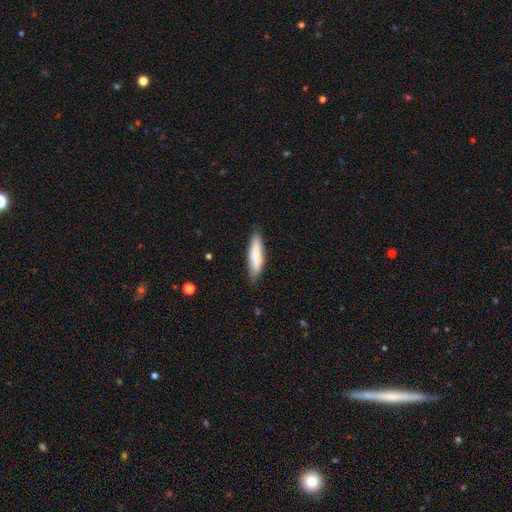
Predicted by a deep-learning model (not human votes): A smooth galaxy with no disk features (83%) that is cigar-shaped (68%). Merging: none (81%).